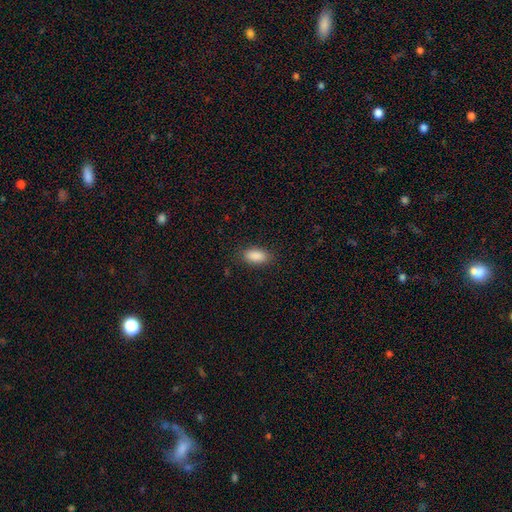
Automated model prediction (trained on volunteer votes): Q: Smooth or featured?
A: smooth (89%); runner-up: star or artifact (7%)
Q: How rounded?
A: in between (91%); runner-up: cigar-shaped (5%)
Q: Merging?
A: none (86%); runner-up: minor disturbance (10%)